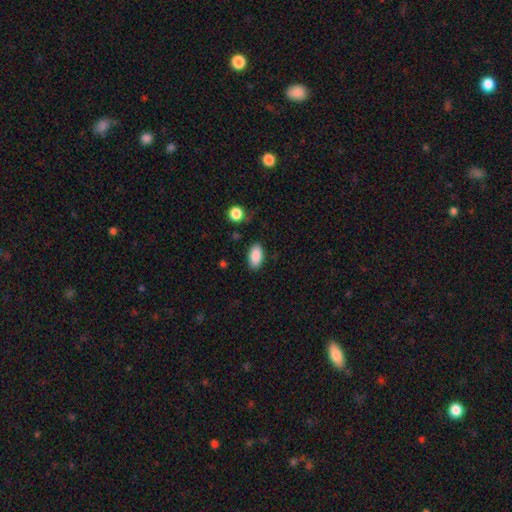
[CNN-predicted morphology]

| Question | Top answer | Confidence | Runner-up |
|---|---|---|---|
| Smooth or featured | smooth | 88% | star or artifact (7%) |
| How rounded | in between | 93% | round (4%) |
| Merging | none | 85% | minor disturbance (10%) |